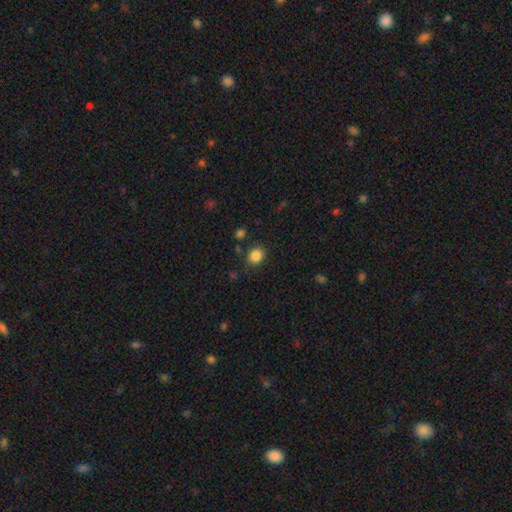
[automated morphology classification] type=smooth (85%); roundness=round (74%); merging=none (83%).